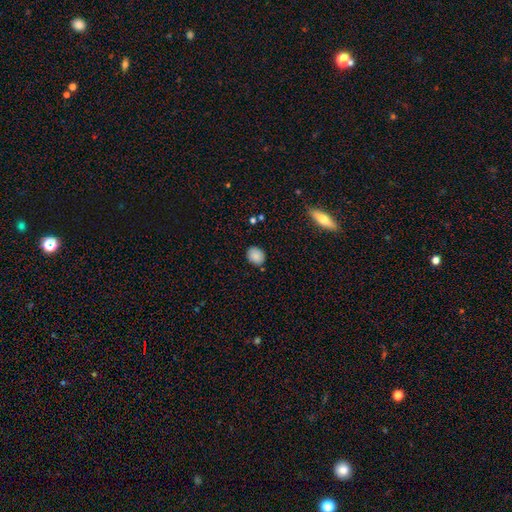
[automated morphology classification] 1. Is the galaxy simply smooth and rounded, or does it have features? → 86% smooth, 9% star or artifact, 5% featured or disk.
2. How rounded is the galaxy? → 53% round, 46% in between, 1% cigar-shaped.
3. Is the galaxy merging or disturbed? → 82% none, 14% minor disturbance, 3% major disturbance, 2% merger.